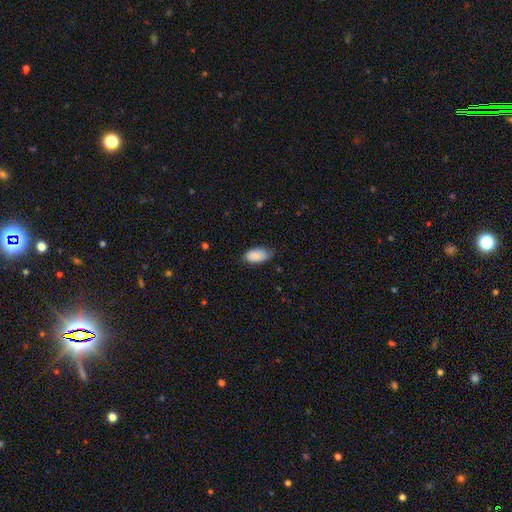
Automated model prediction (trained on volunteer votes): smooth-or-featured: smooth: 86% | featured or disk: 8% | star or artifact: 6%
  how-rounded: in between: 93% | cigar-shaped: 4% | round: 3%
  merging: none: 67% | minor disturbance: 28% | major disturbance: 4% | merger: 1%